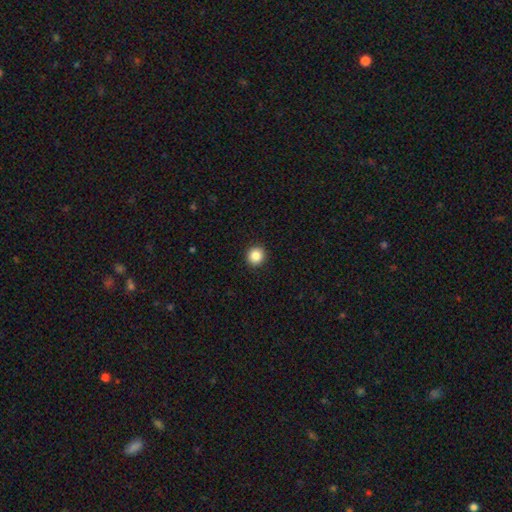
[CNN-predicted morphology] A smooth galaxy with no disk features (86%) that is round (93%). Merging: none (93%).